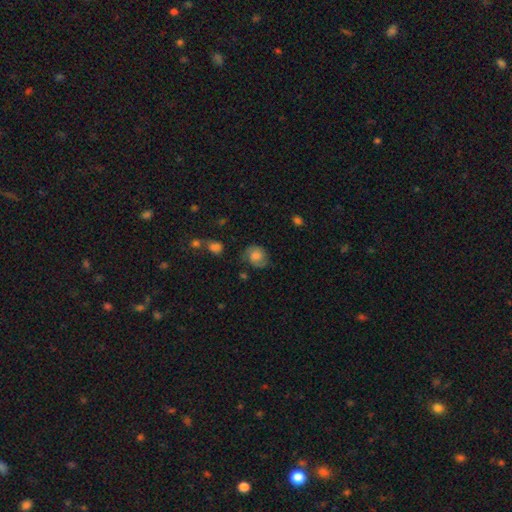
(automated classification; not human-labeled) Overall: smooth (54%; featured or disk 37%). How rounded: round (68%; in between 31%). Merging: none (64%).